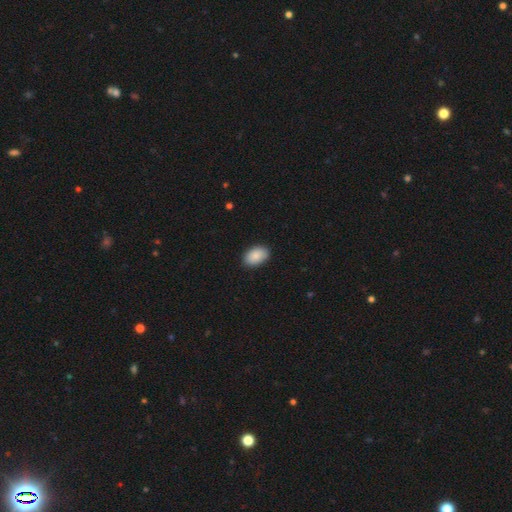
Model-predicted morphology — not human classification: Smooth or featured: smooth — 88% (star or artifact — 6%)
How rounded: in between — 90% (round — 8%)
Merging: none — 88% (minor disturbance — 9%)